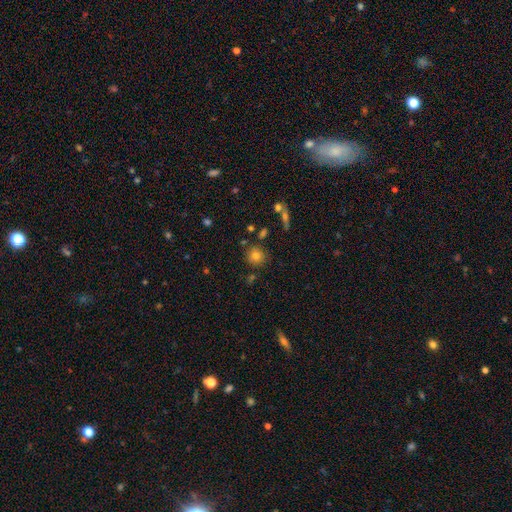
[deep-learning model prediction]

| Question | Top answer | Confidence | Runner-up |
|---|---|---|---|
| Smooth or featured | smooth | 78% | star or artifact (12%) |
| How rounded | round | 91% | in between (7%) |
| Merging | none | 84% | minor disturbance (9%) |